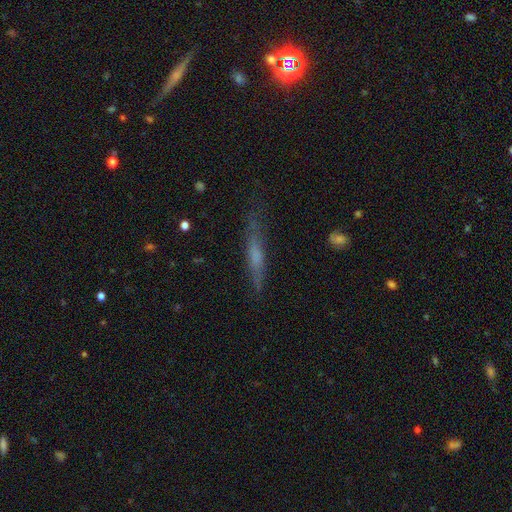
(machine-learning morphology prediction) Smooth or featured?
  - featured or disk: 46% *
  - smooth: 44%
  - star or artifact: 9%
Merging?
  - none: 68% *
  - minor disturbance: 22%
  - major disturbance: 8%
  - merger: 2%